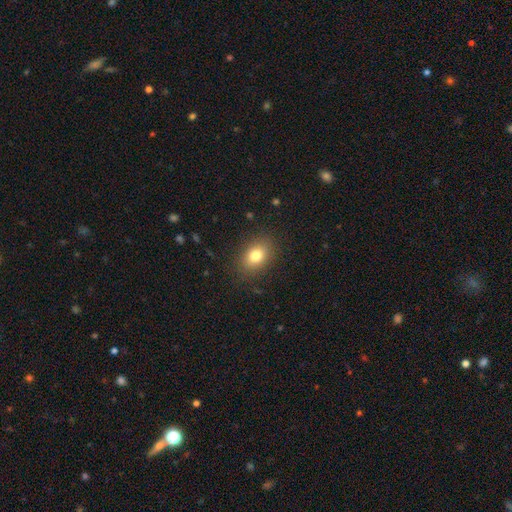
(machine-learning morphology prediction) type=smooth (79%); roundness=in between (74%); merging=none (86%).